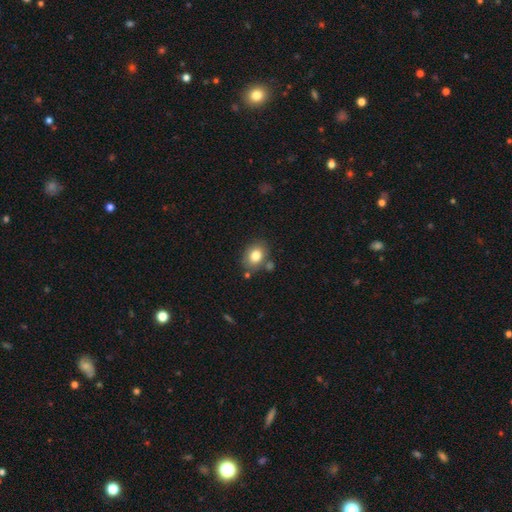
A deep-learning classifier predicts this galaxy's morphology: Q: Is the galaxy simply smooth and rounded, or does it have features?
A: smooth — 82%.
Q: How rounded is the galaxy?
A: in between — 60%.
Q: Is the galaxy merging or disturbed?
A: none — 73%.